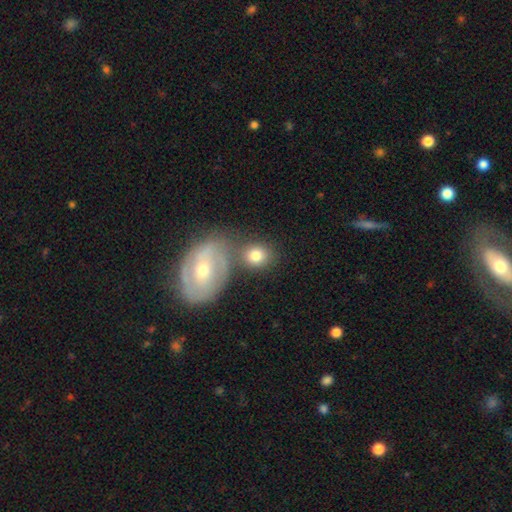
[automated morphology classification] smooth_or_featured: smooth (p=0.75) [alt: featured or disk p=0.17]
how_rounded: round (p=0.61) [alt: in between p=0.38]
merging: none (p=0.56) [alt: merger p=0.27]